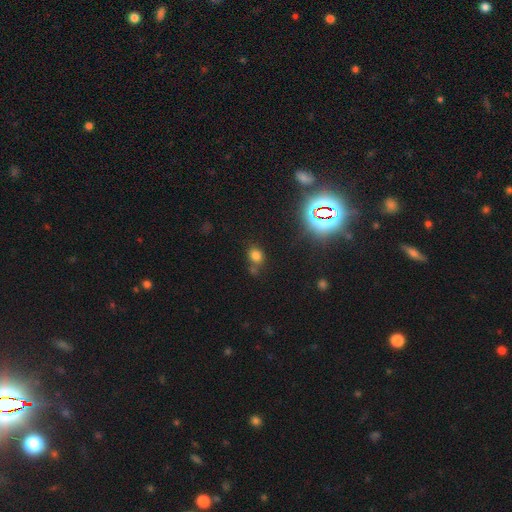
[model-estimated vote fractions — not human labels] This appears to be a smooth galaxy with no disk features (69%) that is round (56%). Merging: none (63%).